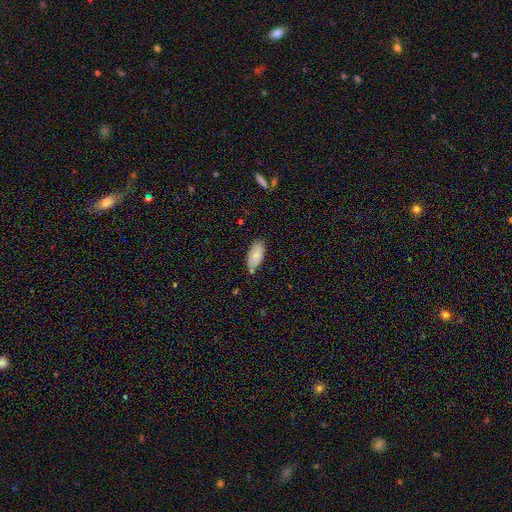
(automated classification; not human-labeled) A smooth galaxy with no disk features (83%) that is in between round and cigar-shaped (91%).

Vote fractions:
- Smooth or featured? smooth: 83% / featured or disk: 11% / star or artifact: 7%
- How rounded? in between: 91% / cigar-shaped: 7% / round: 2%
- Merging? none: 67% / minor disturbance: 24% / merger: 5% / major disturbance: 4%